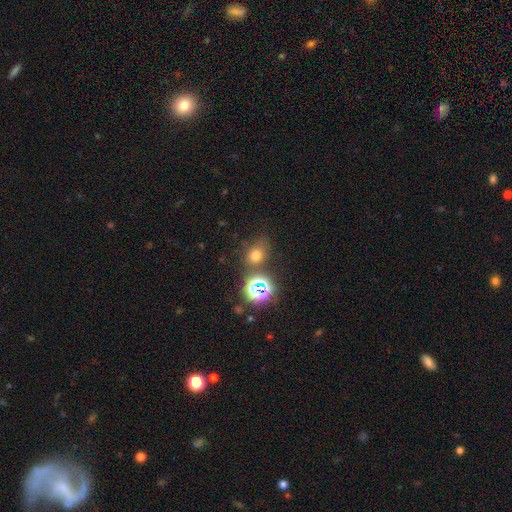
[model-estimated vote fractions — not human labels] smooth 65%, star or artifact 27%, featured or disk 8%. Down the decision tree: how rounded — round (60%); merging — none (66%).